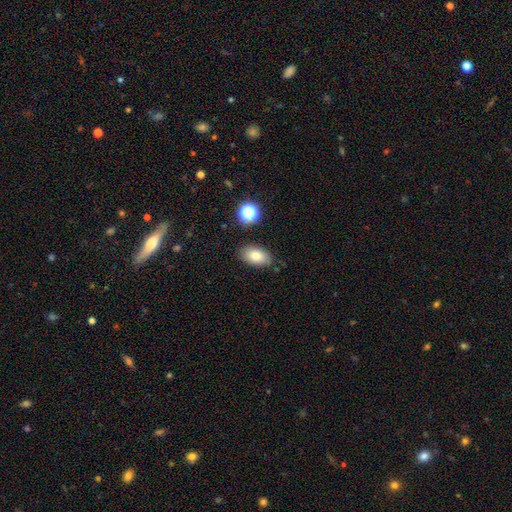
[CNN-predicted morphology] Smooth or featured? smooth (80%)
How rounded? in between (90%)
Merging? none (83%)